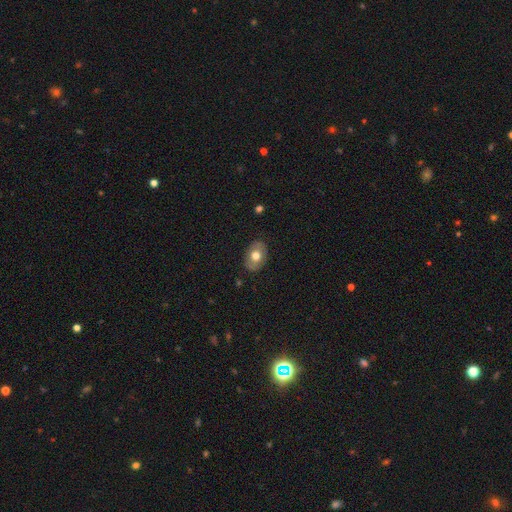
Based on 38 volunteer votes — smooth_or_featured: smooth (p=0.58) [alt: featured or disk p=0.32]
how_rounded: in between (p=0.86) [alt: round p=0.14]
merging: none (p=0.91) [alt: minor disturbance p=0.06]